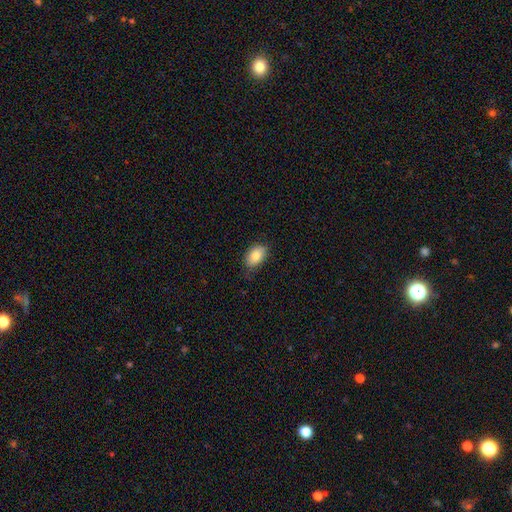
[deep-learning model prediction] Overall: smooth (85%). How rounded: in between (90%). Merging: none (77%).